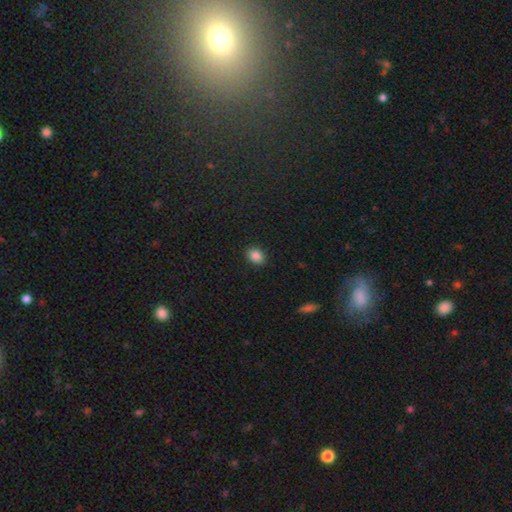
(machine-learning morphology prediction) A smooth galaxy with no disk features (87%) that is in between round and cigar-shaped (63%). Merging: none (90%).